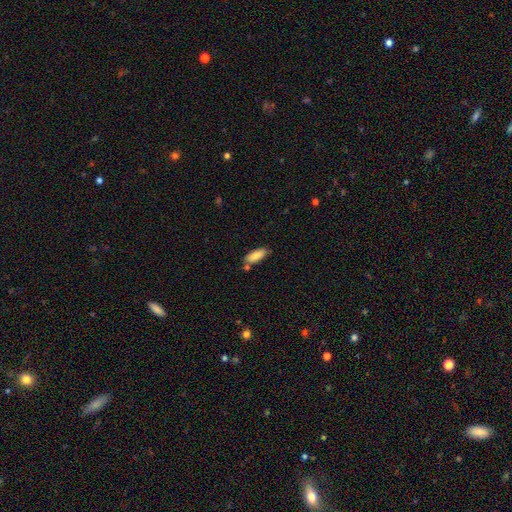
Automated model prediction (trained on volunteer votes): A smooth galaxy with no disk features (86%) that is in between round and cigar-shaped (71%). Merging: none (74%).